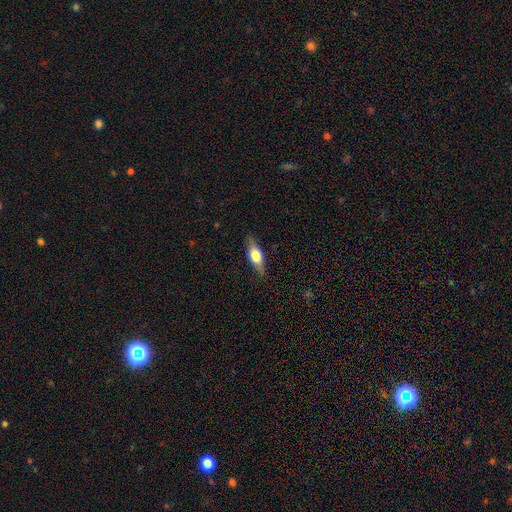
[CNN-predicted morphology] A smooth galaxy with no disk features (55%) that is in between round and cigar-shaped (62%).

Vote fractions:
- Smooth or featured? smooth: 55% / featured or disk: 39% / star or artifact: 6%
- How rounded? in between: 62% / cigar-shaped: 35% / round: 4%
- Merging? none: 84% / minor disturbance: 12% / major disturbance: 3% / merger: 1%